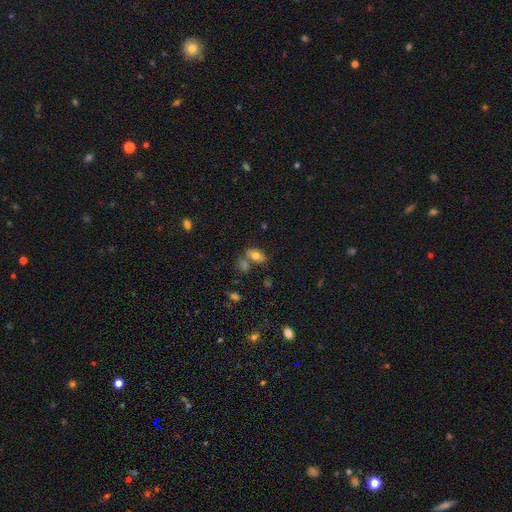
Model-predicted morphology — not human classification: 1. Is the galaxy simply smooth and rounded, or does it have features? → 68% smooth, 20% featured or disk, 12% star or artifact.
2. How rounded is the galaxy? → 82% in between, 13% round, 5% cigar-shaped.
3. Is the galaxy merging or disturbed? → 49% none, 27% merger, 16% minor disturbance, 7% major disturbance.